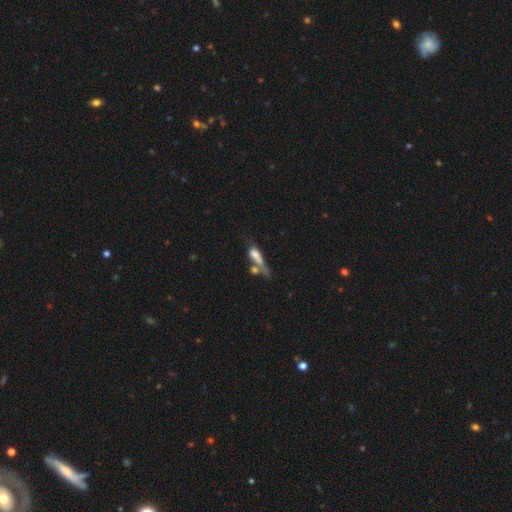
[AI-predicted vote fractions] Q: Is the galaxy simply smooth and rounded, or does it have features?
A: smooth — 61%.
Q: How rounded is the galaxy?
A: cigar-shaped — 48%.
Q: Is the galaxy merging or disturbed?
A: merger — 41%.